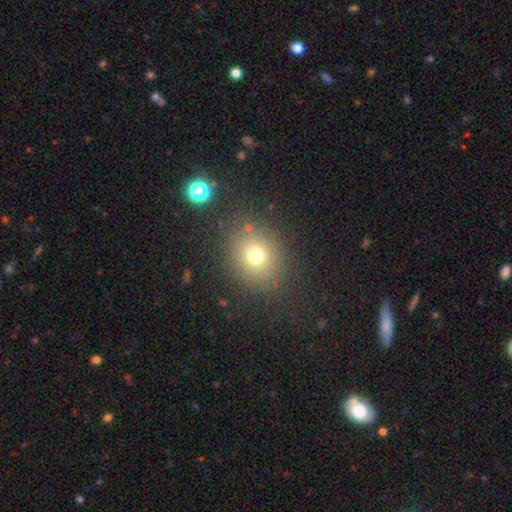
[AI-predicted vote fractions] smooth_or_featured: smooth (p=0.72) [alt: star or artifact p=0.18]
how_rounded: round (p=0.73) [alt: in between p=0.26]
merging: none (p=0.83) [alt: minor disturbance p=0.09]